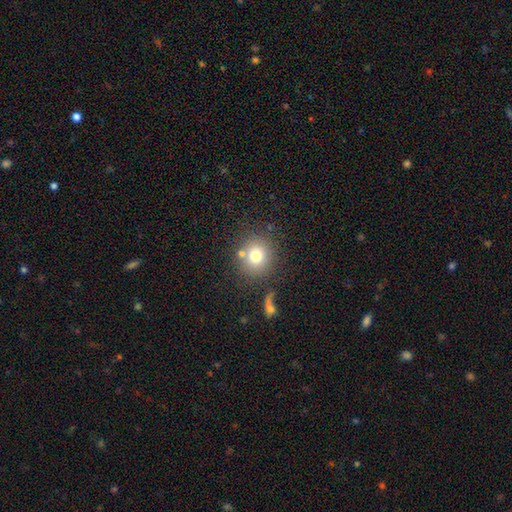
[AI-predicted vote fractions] Smooth or featured? smooth (75%)
How rounded? round (87%)
Merging? none (74%)